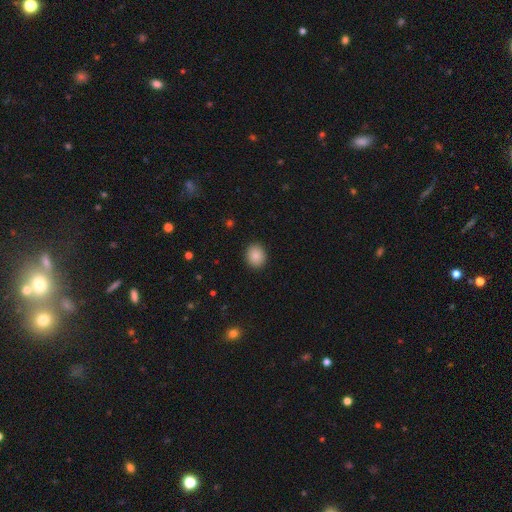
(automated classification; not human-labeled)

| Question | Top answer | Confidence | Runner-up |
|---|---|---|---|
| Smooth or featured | smooth | 87% | star or artifact (9%) |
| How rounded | round | 66% | in between (34%) |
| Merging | none | 91% | minor disturbance (6%) |